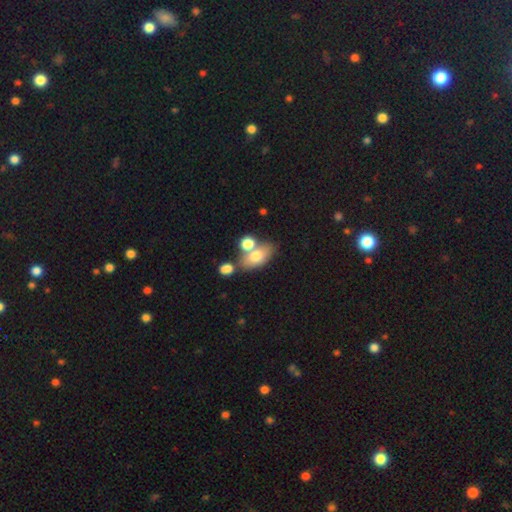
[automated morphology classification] smooth_or_featured: smooth (p=0.71) [alt: featured or disk p=0.20]
how_rounded: in between (p=0.83) [alt: round p=0.13]
merging: none (p=0.49) [alt: merger p=0.34]